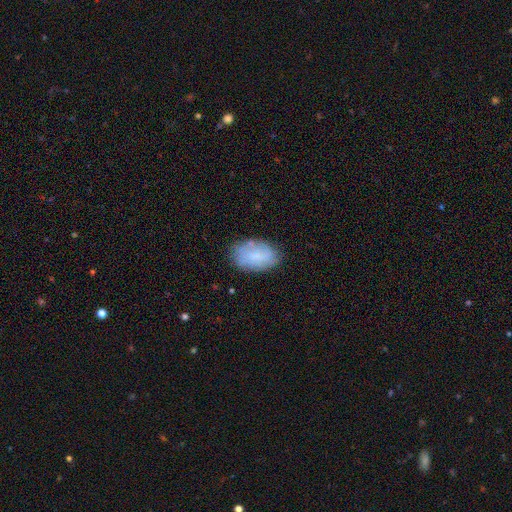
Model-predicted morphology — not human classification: This appears to be a smooth galaxy with no disk features (69%) that is in between round and cigar-shaped (91%). Merging: none (73%).